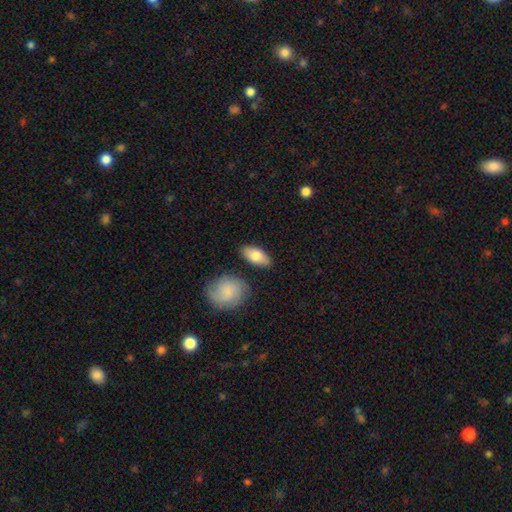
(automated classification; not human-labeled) Overall: smooth (79%). How rounded: in between (90%). Merging: none (82%).